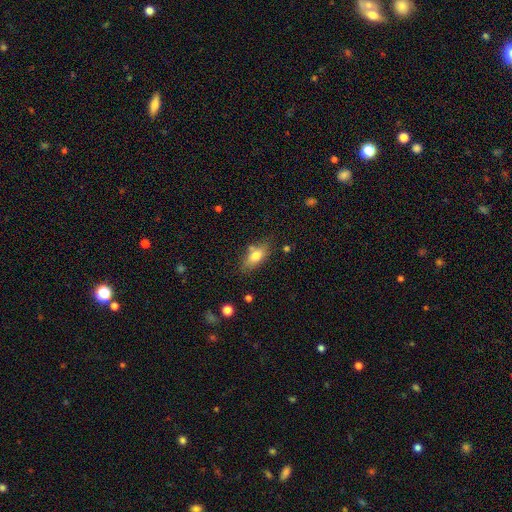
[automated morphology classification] The model was most divided on "merging": none: 70%, minor disturbance: 18%, merger: 7%, major disturbance: 5%. More confident: how rounded — in between (82%); smooth or featured — smooth (72%).